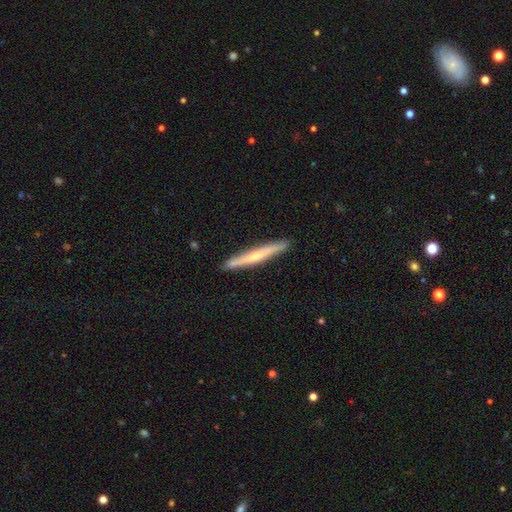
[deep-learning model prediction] Smooth or featured? featured or disk (52%)
Edge-on disk? yes (96%)
Merging? none (91%)